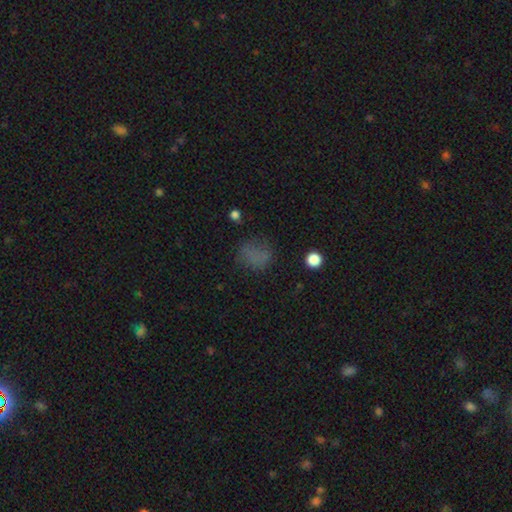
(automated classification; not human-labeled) smooth-or-featured: smooth: 65% | star or artifact: 23% | featured or disk: 12%
  how-rounded: round: 61% | in between: 37% | cigar-shaped: 2%
  merging: none: 64% | minor disturbance: 20% | major disturbance: 13% | merger: 3%